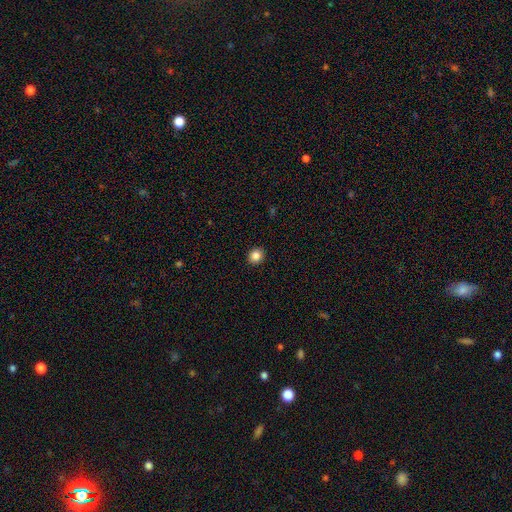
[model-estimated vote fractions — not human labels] Morphology: type=smooth (85%); roundness=round (83%); merging=none (92%).